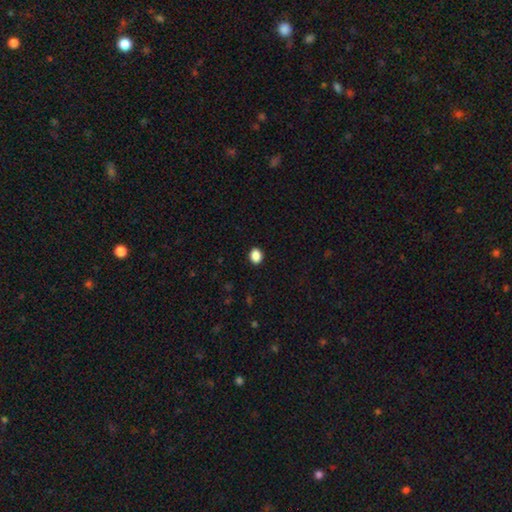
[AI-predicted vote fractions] This appears to be a smooth galaxy with no disk features (88%) that is round (53%). Merging: none (91%).